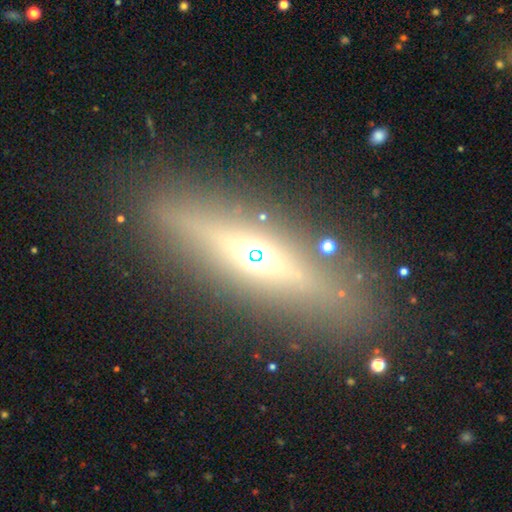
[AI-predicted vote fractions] This is possibly a featured or disk galaxy (48%). Merging: clearly none (82%).